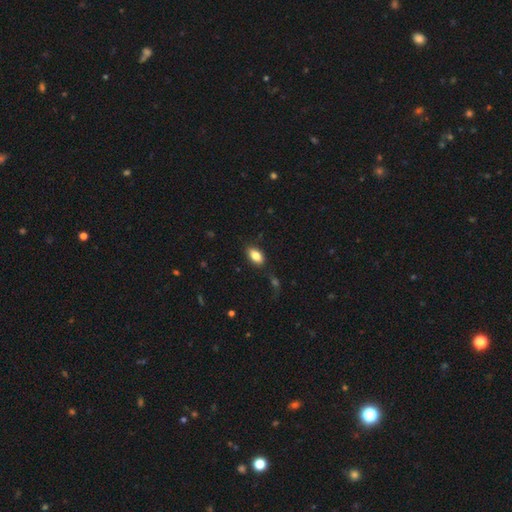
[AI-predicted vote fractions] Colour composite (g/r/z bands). It shows a smooth galaxy with no disk features (83%) that is in between round and cigar-shaped (91%). Merging: none (81%).